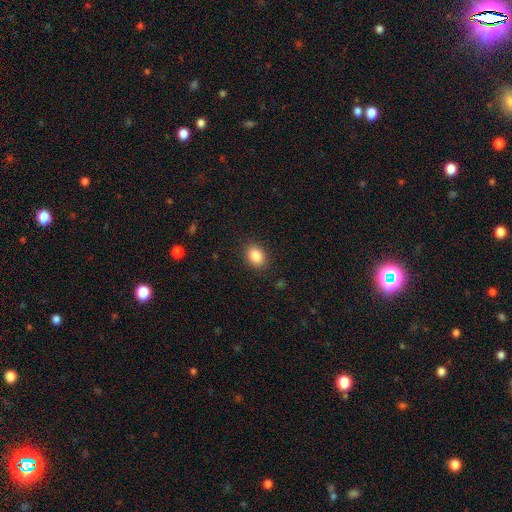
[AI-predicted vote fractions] A smooth galaxy with no disk features (87%) that is in between round and cigar-shaped (70%). Merging: none (88%).